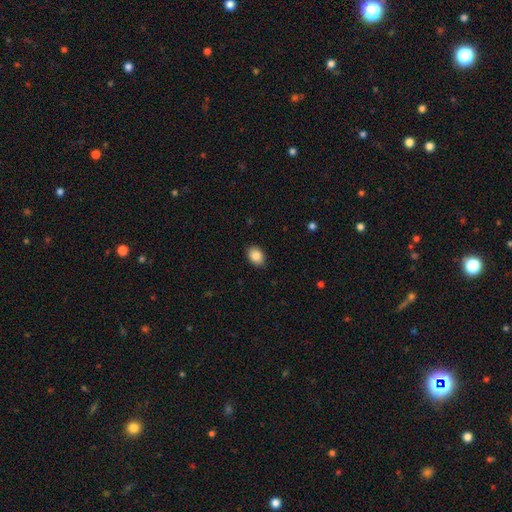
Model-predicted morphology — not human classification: smooth_or_featured: smooth (p=0.87) [alt: star or artifact p=0.08]
how_rounded: in between (p=0.70) [alt: round p=0.29]
merging: none (p=0.88) [alt: minor disturbance p=0.09]